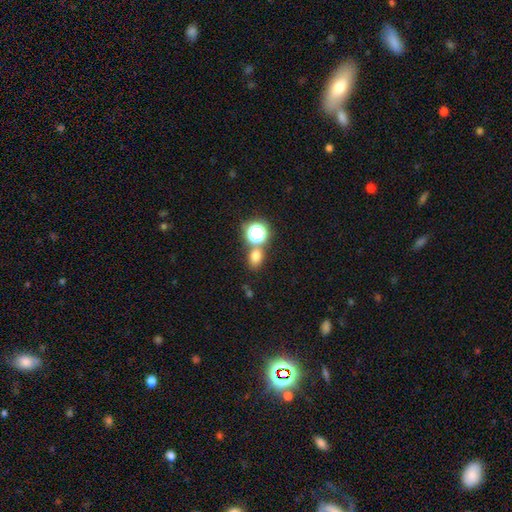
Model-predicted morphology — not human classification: Smooth or featured? Predicted: smooth (p=0.70). How rounded? Predicted: in between (p=0.53). Merging? Predicted: none (p=0.67).